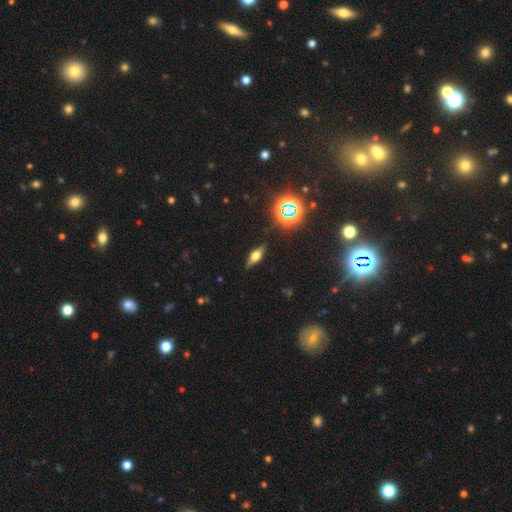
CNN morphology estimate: A featured or disk galaxy (52%) viewed edge-on (91%).

Vote fractions:
- Smooth or featured? featured or disk: 52% / smooth: 32% / star or artifact: 16%
- Edge-on disk? yes: 91% / no: 9%
- Merging? none: 85% / minor disturbance: 11% / major disturbance: 3% / merger: 1%